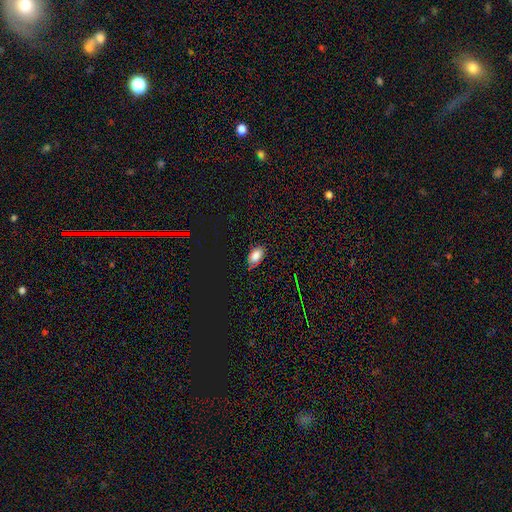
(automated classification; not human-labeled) smooth-or-featured: smooth: 80% | star or artifact: 13% | featured or disk: 6%
  how-rounded: in between: 91% | round: 7% | cigar-shaped: 2%
  merging: none: 78% | minor disturbance: 18% | major disturbance: 3% | merger: 1%